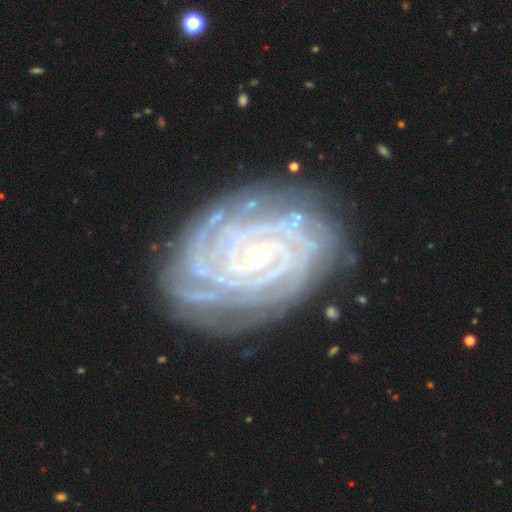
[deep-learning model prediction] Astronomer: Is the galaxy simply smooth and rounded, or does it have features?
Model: featured or disk — 91%.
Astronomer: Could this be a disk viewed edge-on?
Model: no — 98%.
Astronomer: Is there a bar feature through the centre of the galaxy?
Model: no — 51% (runner-up: weak, 32%).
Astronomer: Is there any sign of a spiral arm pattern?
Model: yes — 99%.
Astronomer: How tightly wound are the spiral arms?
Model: tight — 88%.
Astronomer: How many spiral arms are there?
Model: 4 — 23% (runner-up: more than 4, 20%).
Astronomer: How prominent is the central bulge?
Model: small — 81%.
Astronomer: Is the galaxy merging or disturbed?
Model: none — 80%.